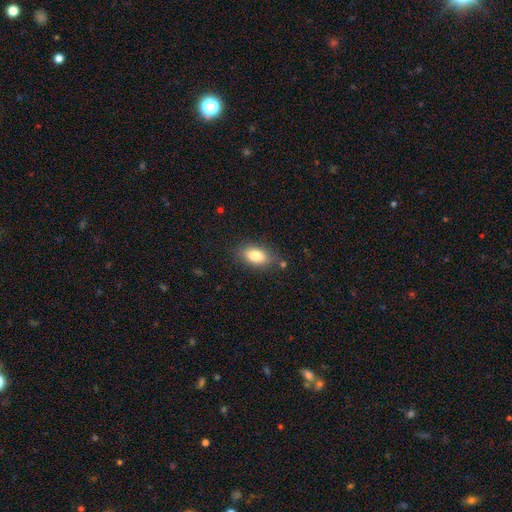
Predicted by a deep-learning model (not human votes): A smooth galaxy with no disk features (82%) that is in between round and cigar-shaped (89%). Merging: none (79%).